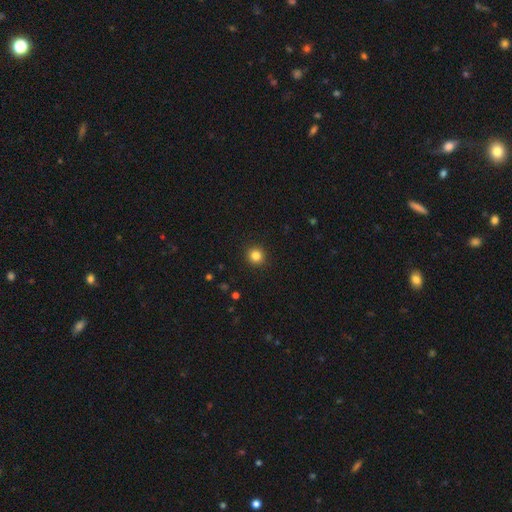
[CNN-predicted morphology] smooth-or-featured: smooth: 84% | star or artifact: 12% | featured or disk: 5%
  how-rounded: round: 94% | in between: 5% | cigar-shaped: 1%
  merging: none: 93% | minor disturbance: 5% | major disturbance: 2% | merger: 1%